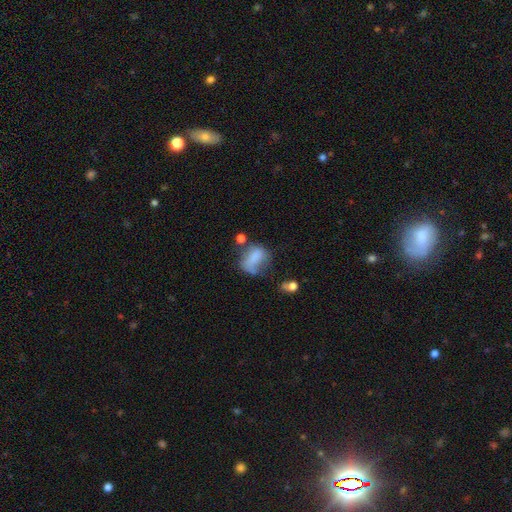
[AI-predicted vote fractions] A smooth galaxy with no disk features (63%) that is in between round and cigar-shaped (70%).

Vote fractions:
- Smooth or featured? smooth: 63% / featured or disk: 24% / star or artifact: 13%
- How rounded? in between: 70% / round: 26% / cigar-shaped: 4%
- Merging? none: 31% / minor disturbance: 28% / major disturbance: 27% / merger: 14%